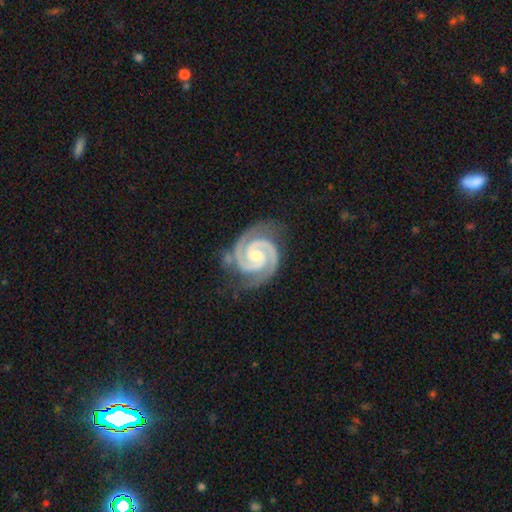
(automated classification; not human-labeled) A featured or disk galaxy (94%) with no bar (54%), 2 (92%) tight (72%) spiral arms (99%) and a small central bulge (49%). Merging: none (79%).